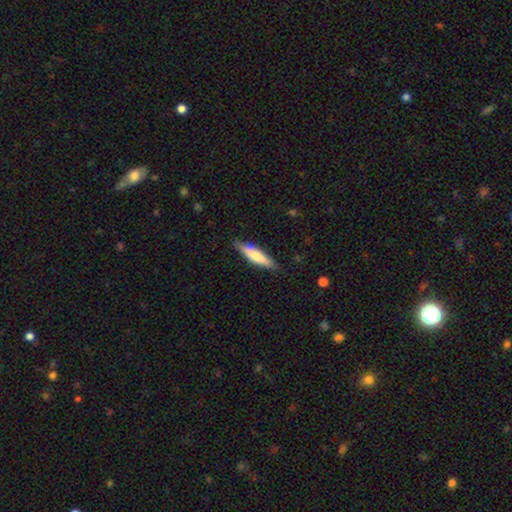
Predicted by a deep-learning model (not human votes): smooth-or-featured: smooth: 69% | featured or disk: 26% | star or artifact: 5%
  how-rounded: cigar-shaped: 76% | in between: 22% | round: 1%
  merging: none: 84% | minor disturbance: 13% | major disturbance: 2% | merger: 1%